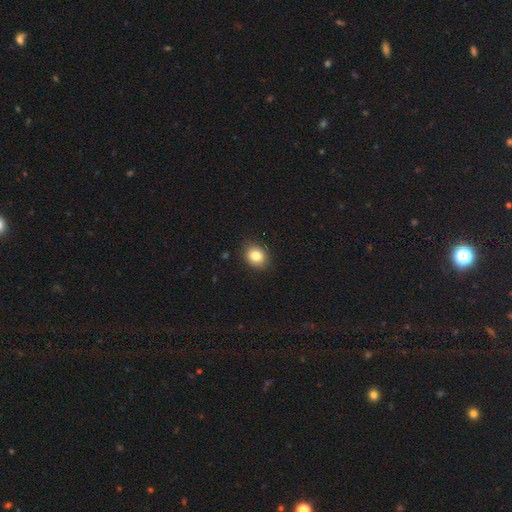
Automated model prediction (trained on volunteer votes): Smooth or featured: smooth — 82% (star or artifact — 10%)
How rounded: round — 51% (in between — 48%)
Merging: none — 87% (minor disturbance — 10%)